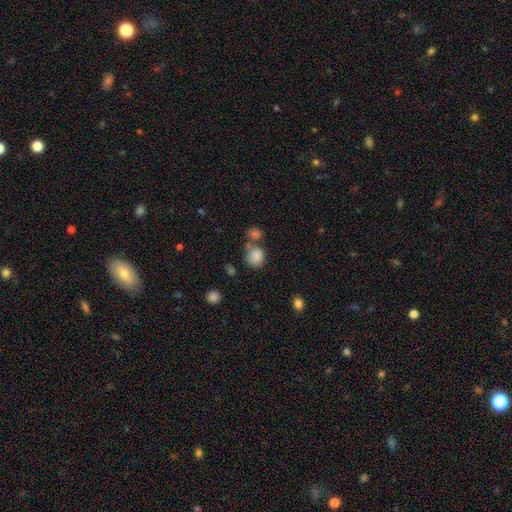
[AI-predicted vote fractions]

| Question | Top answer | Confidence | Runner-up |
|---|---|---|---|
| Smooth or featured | smooth | 84% | star or artifact (10%) |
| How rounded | round | 76% | in between (23%) |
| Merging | none | 50% | merger (31%) |